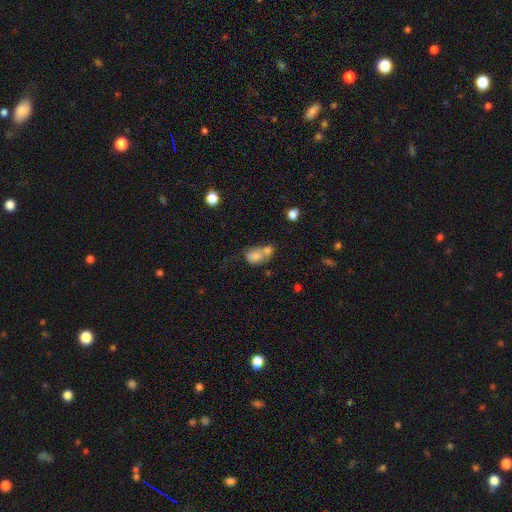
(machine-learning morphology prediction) This is likely a smooth galaxy (73%). How rounded: likely in between (65%). Merging: likely merger (60%).